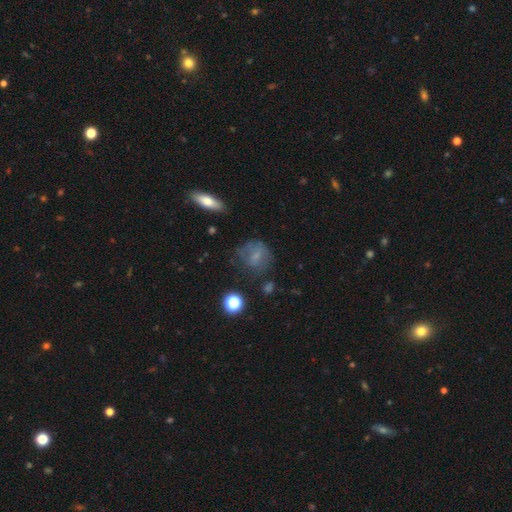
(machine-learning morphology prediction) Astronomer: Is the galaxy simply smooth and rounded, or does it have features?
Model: smooth — 61%.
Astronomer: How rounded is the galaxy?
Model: round — 69%.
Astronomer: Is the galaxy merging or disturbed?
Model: none — 55%.